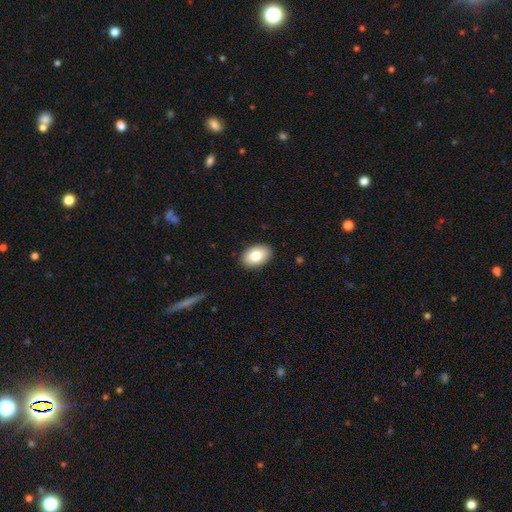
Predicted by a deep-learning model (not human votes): Smooth or featured?
  - smooth: 83% *
  - featured or disk: 11%
  - star or artifact: 7%
How rounded?
  - in between: 90% *
  - round: 9%
  - cigar-shaped: 1%
Merging?
  - none: 90% *
  - minor disturbance: 8%
  - major disturbance: 2%
  - merger: 1%